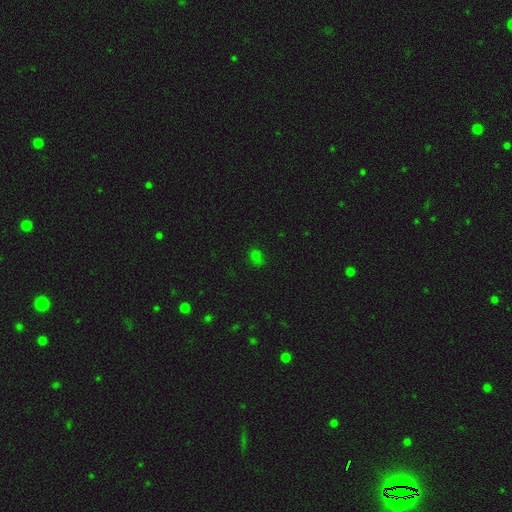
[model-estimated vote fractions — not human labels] smooth-or-featured: smooth: 65% | star or artifact: 28% | featured or disk: 7%
  how-rounded: round: 55% | in between: 43% | cigar-shaped: 2%
  merging: none: 66% | minor disturbance: 21% | major disturbance: 8% | merger: 5%